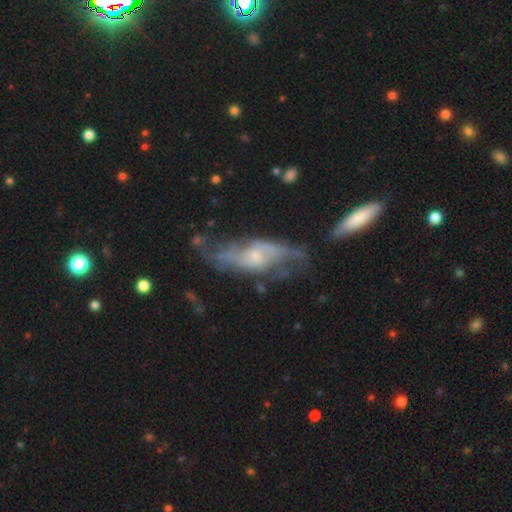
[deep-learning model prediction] Smooth or featured?
  - featured or disk: 79% *
  - smooth: 15%
  - star or artifact: 7%
Edge-on disk?
  - no: 86% *
  - yes: 14%
Bar?
  - no: 59% *
  - weak: 34%
  - strong: 7%
Spiral arms?
  - yes: 89% *
  - no: 11%
Spiral winding?
  - loose: 45% *
  - medium: 38%
  - tight: 18%
Spiral arm count?
  - 2: 71% *
  - can't tell: 18%
  - 3: 4%
  - 1: 3%
  - 4: 2%
  - more than 4: 2%
Bulge size?
  - small: 62% *
  - moderate: 29%
  - none: 5%
  - large: 3%
  - dominant: 1%
Merging?
  - none: 54% *
  - minor disturbance: 24%
  - major disturbance: 16%
  - merger: 6%